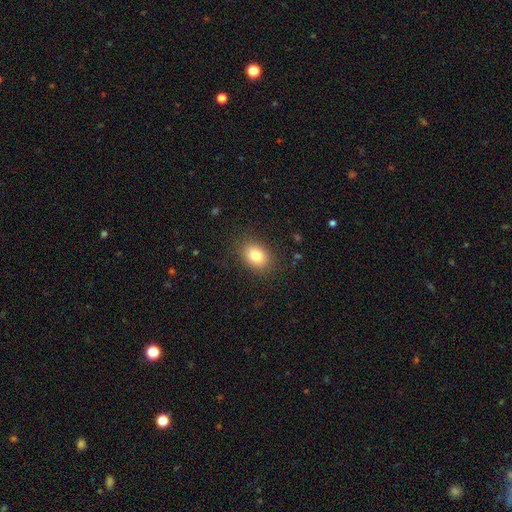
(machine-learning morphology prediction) Smooth or featured: smooth — 81% (star or artifact — 10%)
How rounded: in between — 63% (round — 36%)
Merging: none — 85% (minor disturbance — 10%)